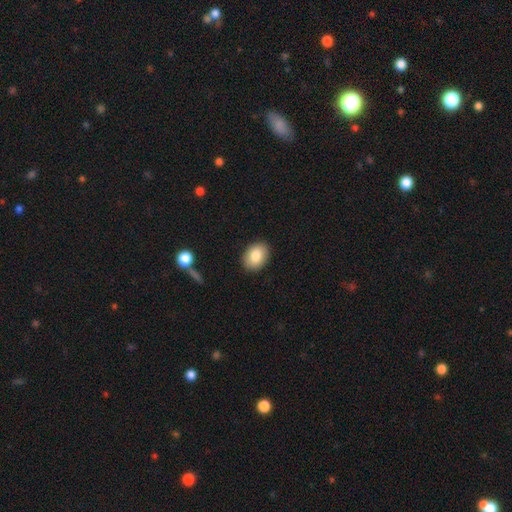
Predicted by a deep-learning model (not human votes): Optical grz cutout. It shows a smooth galaxy with no disk features (84%) that is in between round and cigar-shaped (79%). Merging: none (89%).